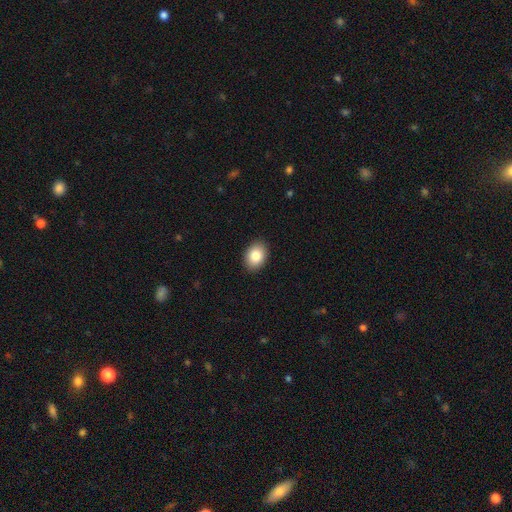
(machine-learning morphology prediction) A smooth galaxy with no disk features (85%) that is in between round and cigar-shaped (75%).

Vote fractions:
- Smooth or featured? smooth: 85% / star or artifact: 8% / featured or disk: 7%
- How rounded? in between: 75% / round: 24% / cigar-shaped: 1%
- Merging? none: 90% / minor disturbance: 7% / major disturbance: 2% / merger: 1%